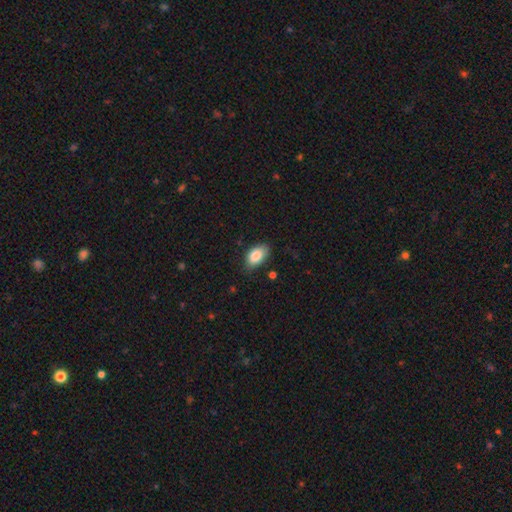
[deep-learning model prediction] Q: Smooth or featured?
A: smooth (84%); runner-up: featured or disk (9%)
Q: How rounded?
A: in between (92%); runner-up: round (6%)
Q: Merging?
A: none (73%); runner-up: minor disturbance (22%)